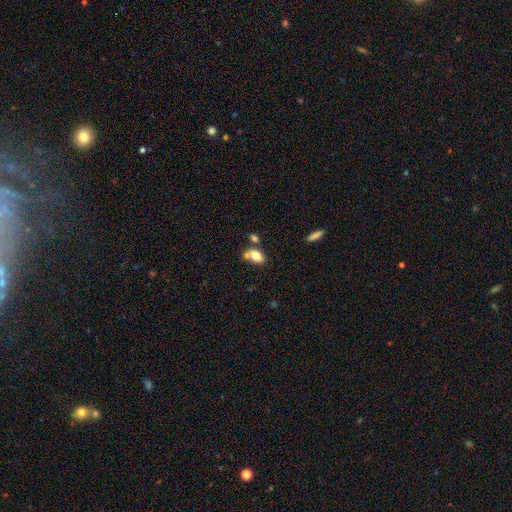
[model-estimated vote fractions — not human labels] Overall: smooth (78%). How rounded: in between (85%). Merging: none (48%; merger 32%).